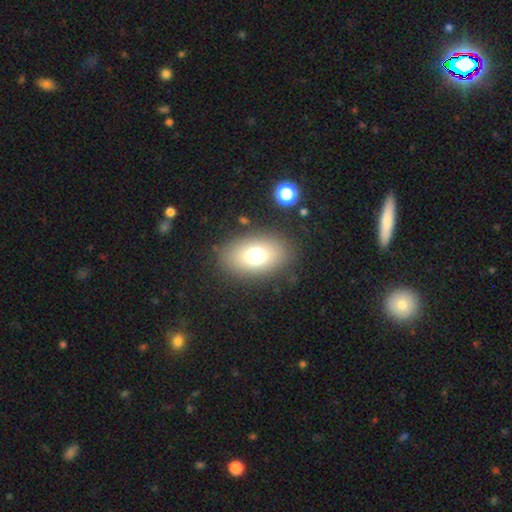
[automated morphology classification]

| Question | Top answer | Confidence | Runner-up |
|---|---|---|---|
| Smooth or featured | smooth | 69% | featured or disk (16%) |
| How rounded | in between | 78% | round (20%) |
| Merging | none | 84% | minor disturbance (9%) |